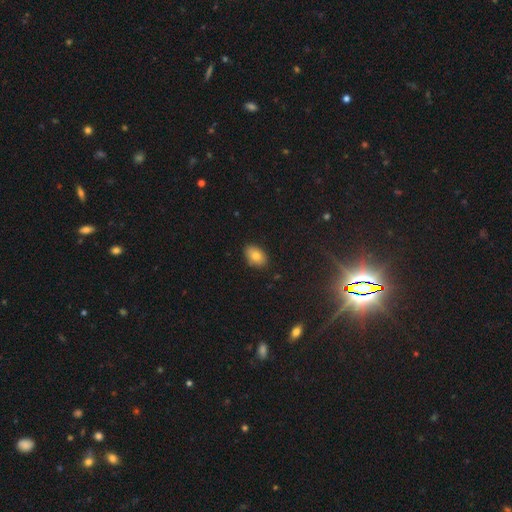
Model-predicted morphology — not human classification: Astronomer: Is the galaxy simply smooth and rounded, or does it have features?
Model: smooth — 80%.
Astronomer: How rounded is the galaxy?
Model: in between — 87%.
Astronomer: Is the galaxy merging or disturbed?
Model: none — 86%.